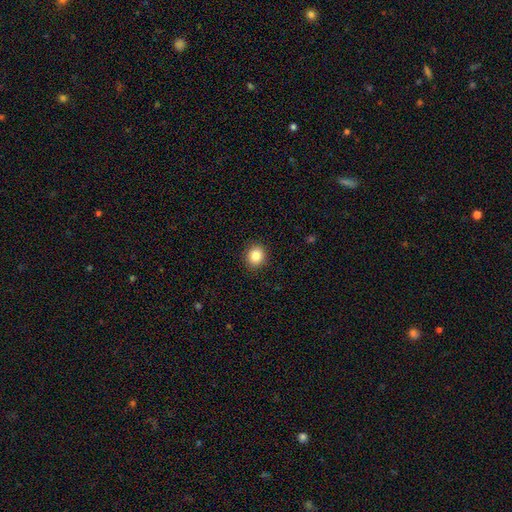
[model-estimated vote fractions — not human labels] Q: Smooth or featured?
A: smooth (86%); runner-up: star or artifact (10%)
Q: How rounded?
A: round (81%); runner-up: in between (18%)
Q: Merging?
A: none (91%); runner-up: minor disturbance (6%)